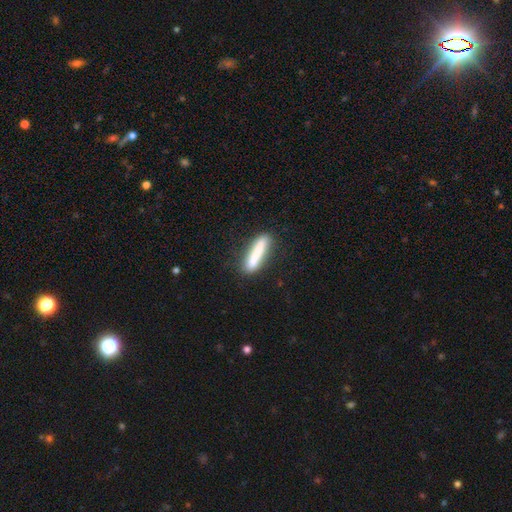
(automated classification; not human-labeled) Overall: smooth (73%). How rounded: cigar-shaped (88%). Merging: none (82%).